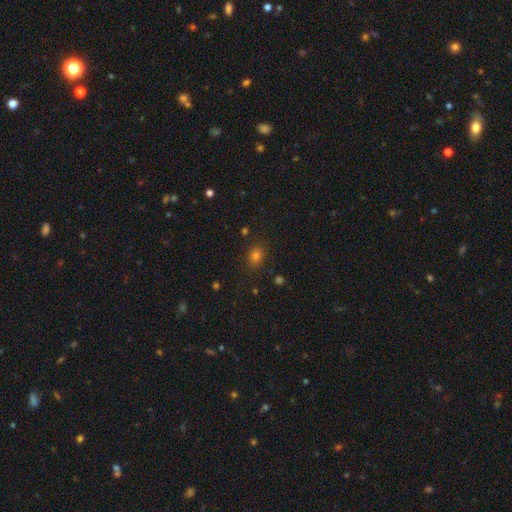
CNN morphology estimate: type=smooth (73%); roundness=round (52%); merging=none (85%).